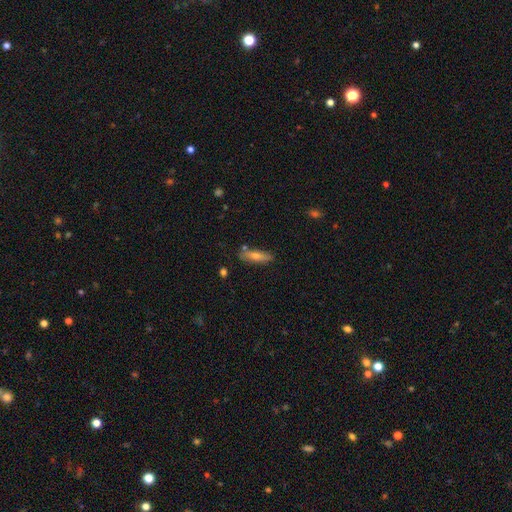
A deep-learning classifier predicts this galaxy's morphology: smooth-or-featured: smooth: 57% | featured or disk: 34% | star or artifact: 9%
  how-rounded: cigar-shaped: 61% | in between: 36% | round: 3%
  merging: none: 80% | minor disturbance: 14% | merger: 4% | major disturbance: 3%